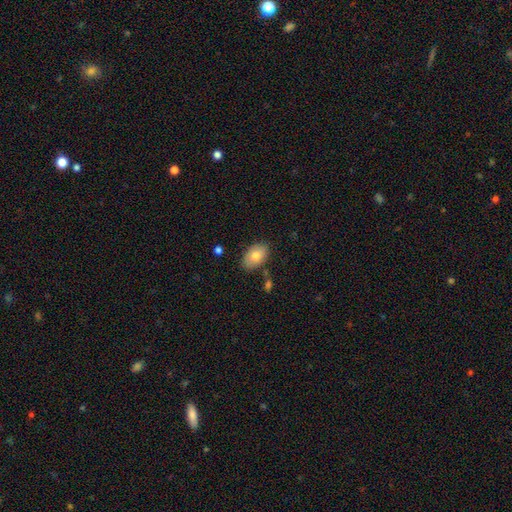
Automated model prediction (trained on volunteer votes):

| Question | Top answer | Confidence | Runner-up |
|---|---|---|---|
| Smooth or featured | smooth | 79% | featured or disk (14%) |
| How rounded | in between | 90% | round (9%) |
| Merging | none | 80% | minor disturbance (14%) |